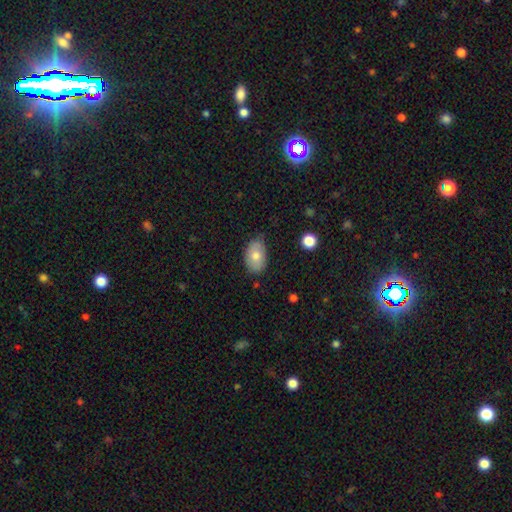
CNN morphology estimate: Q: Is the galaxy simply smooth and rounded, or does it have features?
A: smooth — 75%.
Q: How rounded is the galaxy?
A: in between — 86%.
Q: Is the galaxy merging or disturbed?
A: none — 66%.